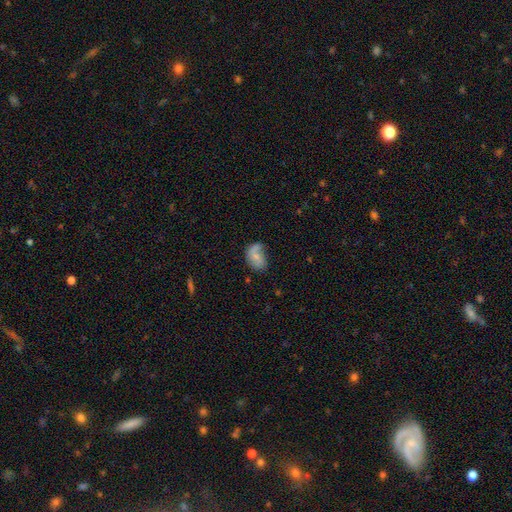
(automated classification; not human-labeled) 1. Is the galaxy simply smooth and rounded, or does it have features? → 53% smooth, 38% featured or disk, 9% star or artifact.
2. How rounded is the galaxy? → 82% in between, 16% round, 2% cigar-shaped.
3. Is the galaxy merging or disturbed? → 39% none, 30% minor disturbance, 20% major disturbance, 10% merger.